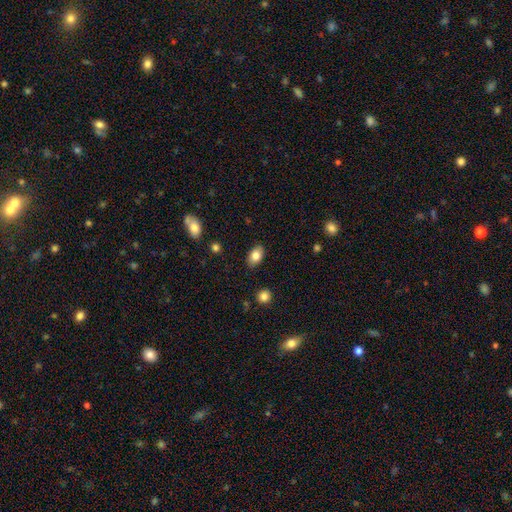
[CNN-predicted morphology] The model was most divided on "smooth or featured": smooth: 81%, featured or disk: 12%, star or artifact: 8%. More confident: how rounded — in between (90%); merging — none (87%).